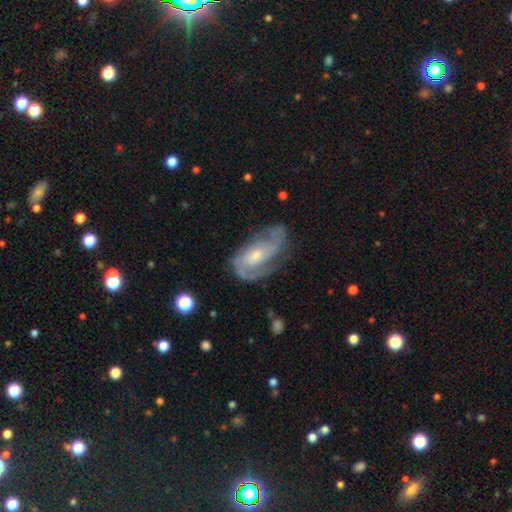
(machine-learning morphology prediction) smooth-or-featured: featured or disk: 81% | smooth: 13% | star or artifact: 6%
  disk-edge-on: no: 96% | yes: 4%
    bar: no: 56% | weak: 35% | strong: 9%
    has-spiral-arms: yes: 93% | no: 7%
      spiral-winding: medium: 47% | tight: 31% | loose: 22%
      spiral-arm-count: 2: 68% | can't tell: 14% | 3: 8% | 1: 7% | 4: 2% | more than 4: 2%
    bulge-size: small: 46% | moderate: 44% | none: 5% | large: 5% | dominant: 1%
  merging: none: 59% | minor disturbance: 23% | major disturbance: 16% | merger: 2%